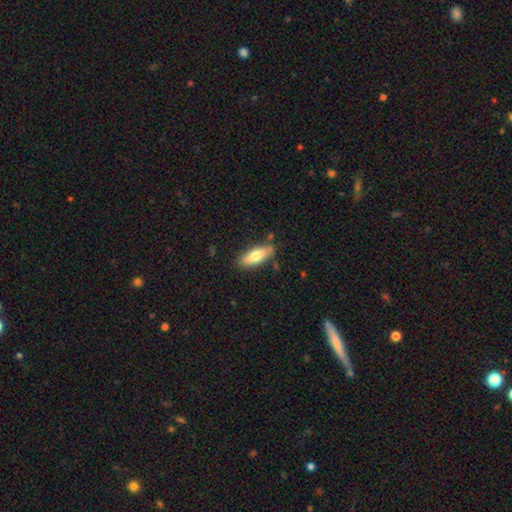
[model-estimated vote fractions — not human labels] Smooth or featured?
  - smooth: 72% *
  - featured or disk: 22%
  - star or artifact: 6%
How rounded?
  - in between: 67% *
  - cigar-shaped: 31%
  - round: 2%
Merging?
  - none: 79% *
  - minor disturbance: 15%
  - merger: 3%
  - major disturbance: 3%